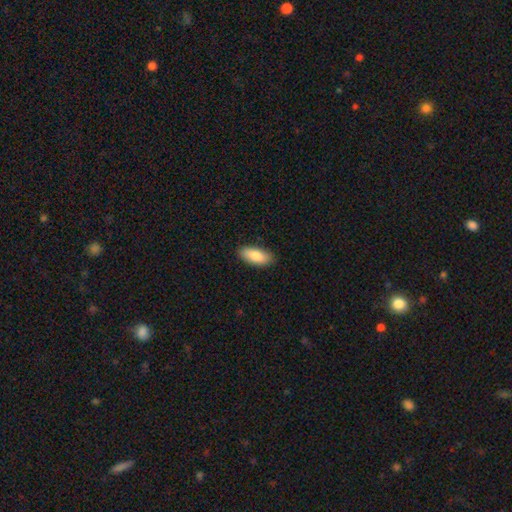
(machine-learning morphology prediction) smooth_or_featured: smooth (p=0.83) [alt: featured or disk p=0.11]
how_rounded: in between (p=0.84) [alt: cigar-shaped p=0.14]
merging: none (p=0.87) [alt: minor disturbance p=0.10]